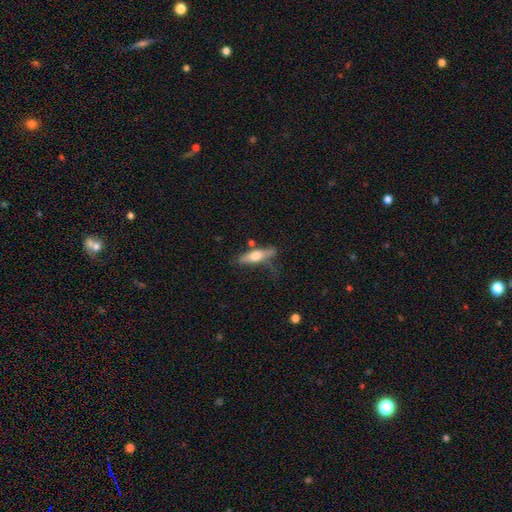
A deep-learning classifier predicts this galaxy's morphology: Smooth or featured? smooth (51%)
How rounded? cigar-shaped (60%)
Merging? none (51%)